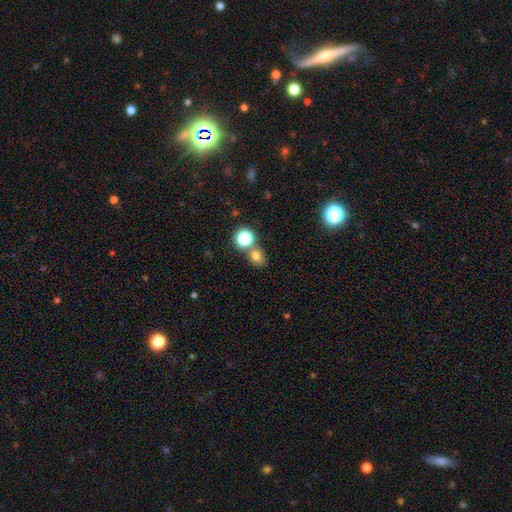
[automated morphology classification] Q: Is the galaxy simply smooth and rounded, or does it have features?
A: smooth — 72%.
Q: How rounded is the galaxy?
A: round — 59%.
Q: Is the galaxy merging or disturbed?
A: none — 62%.